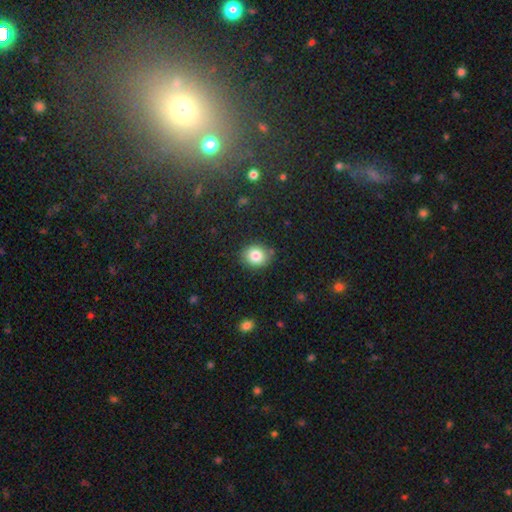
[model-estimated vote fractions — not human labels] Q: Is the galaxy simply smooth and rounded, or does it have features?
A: smooth — 82%.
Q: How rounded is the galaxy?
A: round — 73%.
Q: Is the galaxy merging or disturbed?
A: none — 84%.